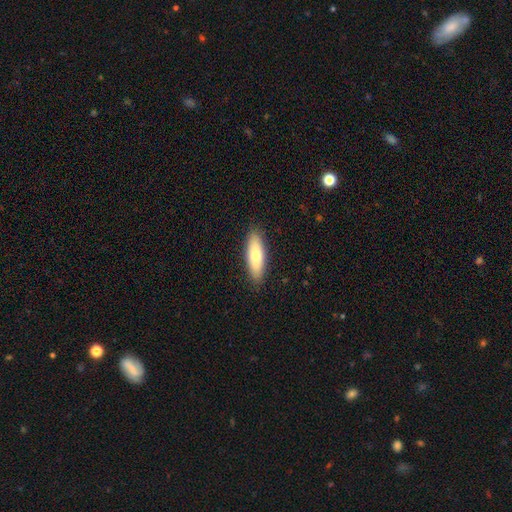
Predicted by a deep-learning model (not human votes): A smooth galaxy with no disk features (70%) that is in between round and cigar-shaped (57%). Merging: none (89%).